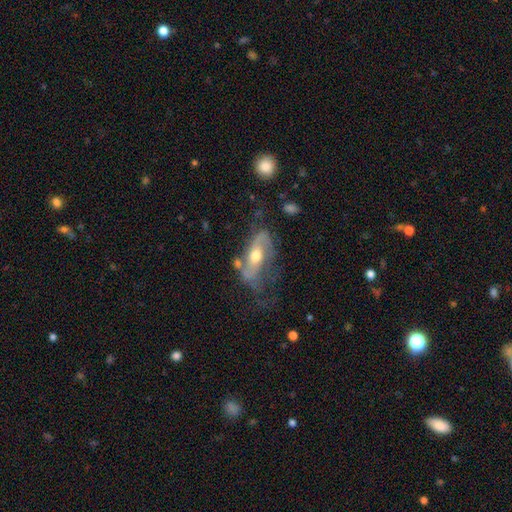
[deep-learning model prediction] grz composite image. It shows a featured or disk galaxy (75%) with no bar (49%), 2 (71%) loose (42%) spiral arms (78%) and a moderate central bulge (70%). Merging: none (42%).